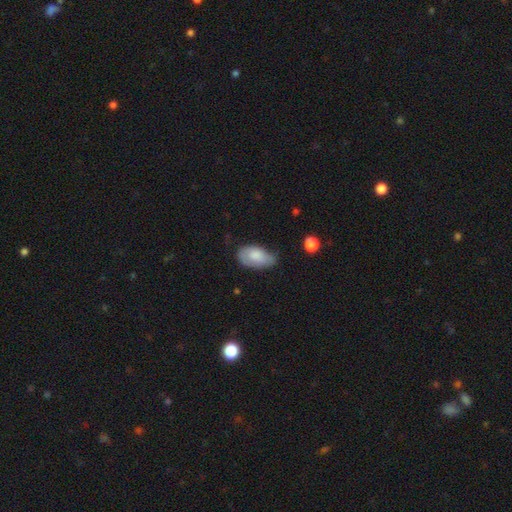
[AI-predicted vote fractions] smooth 77%, featured or disk 17%, star or artifact 6%. Down the decision tree: how rounded — in between (94%); merging — none (47%).